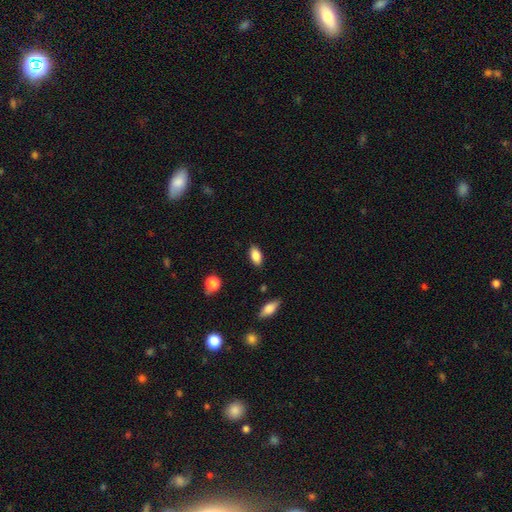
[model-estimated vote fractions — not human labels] The model was most divided on "smooth or featured": smooth: 84%, featured or disk: 8%, star or artifact: 8%. More confident: how rounded — in between (90%); merging — none (86%).